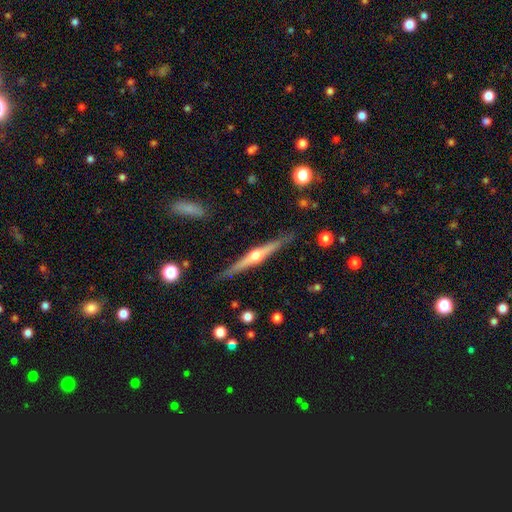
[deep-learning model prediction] Smooth or featured? Predicted: featured or disk (p=0.78). Edge-on disk? Predicted: yes (p=0.98). Edge-on bulge? Predicted: rounded (p=0.93). Merging? Predicted: none (p=0.88).